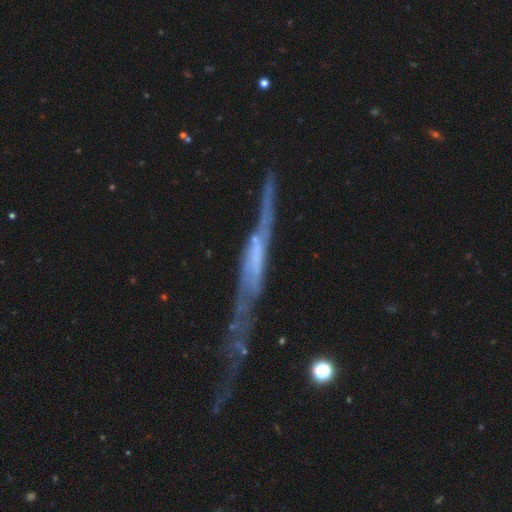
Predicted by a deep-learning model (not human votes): A featured or disk galaxy (77%) viewed edge-on (79%) with no central bulge (49%). Merging: none (42%).